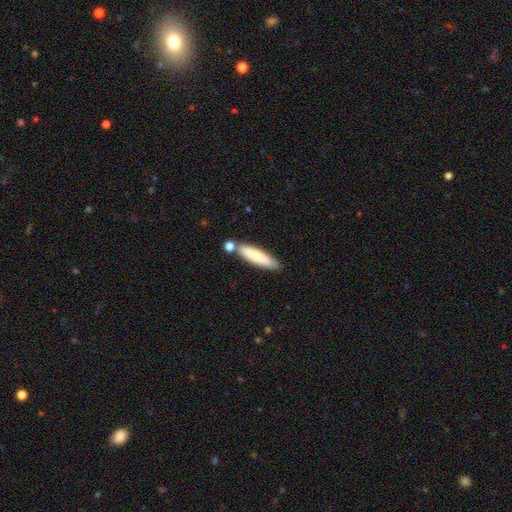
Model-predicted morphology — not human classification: smooth_or_featured: smooth (p=0.74) [alt: featured or disk p=0.20]
how_rounded: cigar-shaped (p=0.80) [alt: in between p=0.19]
merging: none (p=0.74) [alt: minor disturbance p=0.12]